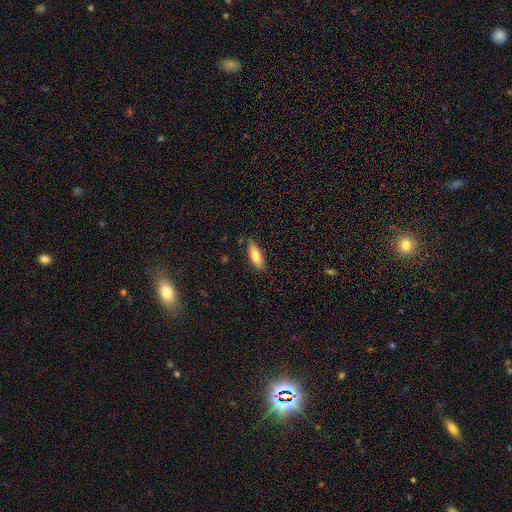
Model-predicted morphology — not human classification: smooth_or_featured: smooth (p=0.73) [alt: featured or disk p=0.21]
how_rounded: in between (p=0.65) [alt: cigar-shaped p=0.33]
merging: none (p=0.82) [alt: minor disturbance p=0.14]